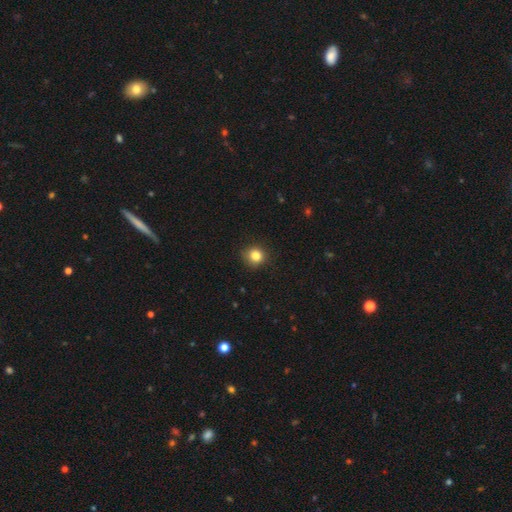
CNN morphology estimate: Smooth or featured: smooth — 83% (star or artifact — 11%)
How rounded: round — 86% (in between — 13%)
Merging: none — 84% (minor disturbance — 12%)